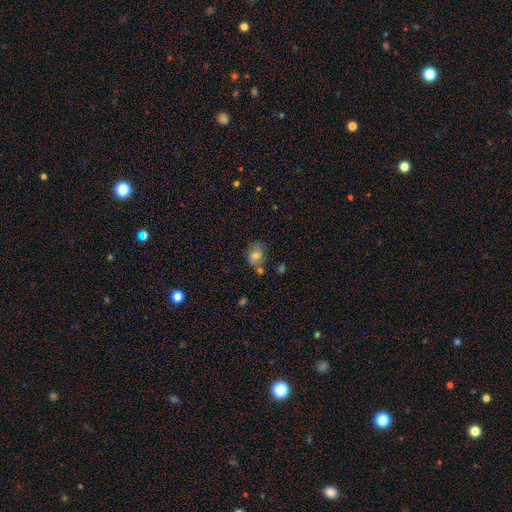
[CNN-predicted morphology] A smooth galaxy with no disk features (66%) that is in between round and cigar-shaped (61%).

Vote fractions:
- Smooth or featured? smooth: 66% / featured or disk: 24% / star or artifact: 10%
- How rounded? in between: 61% / round: 38% / cigar-shaped: 1%
- Merging? none: 57% / minor disturbance: 23% / merger: 13% / major disturbance: 8%